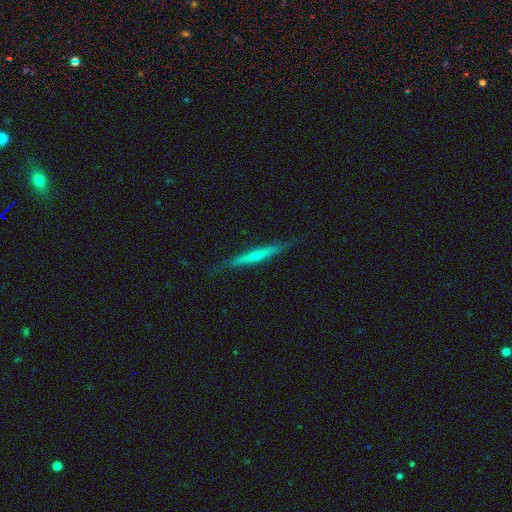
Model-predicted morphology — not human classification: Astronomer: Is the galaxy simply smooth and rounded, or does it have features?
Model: featured or disk — 51% (runner-up: smooth, 43%).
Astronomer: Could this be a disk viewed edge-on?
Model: yes — 96%.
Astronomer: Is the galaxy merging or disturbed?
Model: none — 86%.